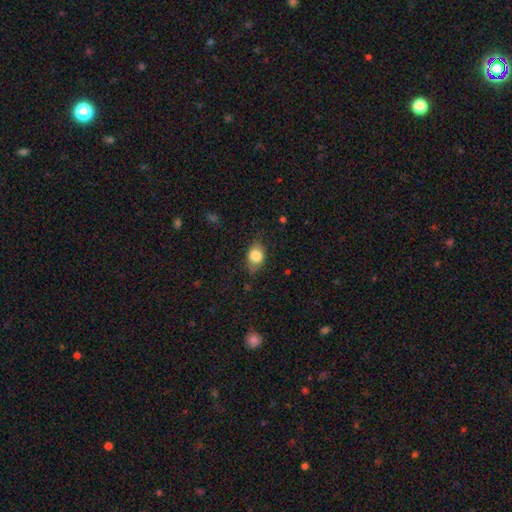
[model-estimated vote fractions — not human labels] Q: Smooth or featured?
A: smooth (80%); runner-up: featured or disk (12%)
Q: How rounded?
A: in between (68%); runner-up: round (30%)
Q: Merging?
A: none (72%); runner-up: minor disturbance (21%)